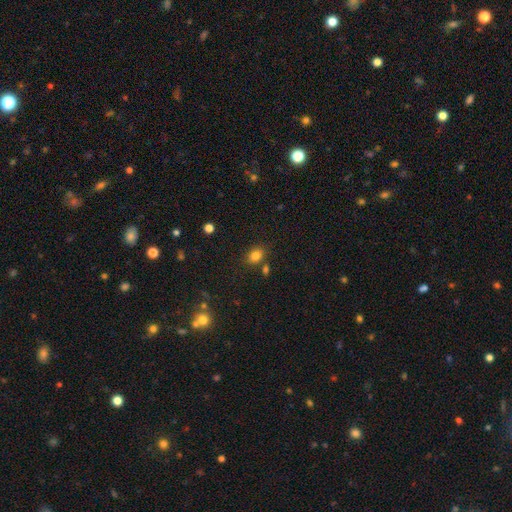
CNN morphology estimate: type=smooth (81%); roundness=in between (62%); merging=none (74%).